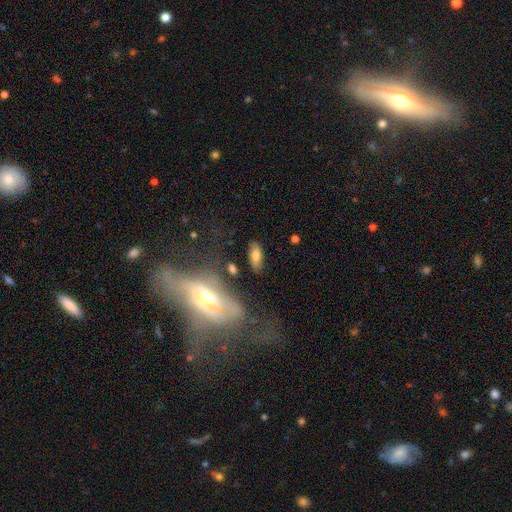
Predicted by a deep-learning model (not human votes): Overall: smooth (71%). How rounded: in between (81%). Merging: none (74%).